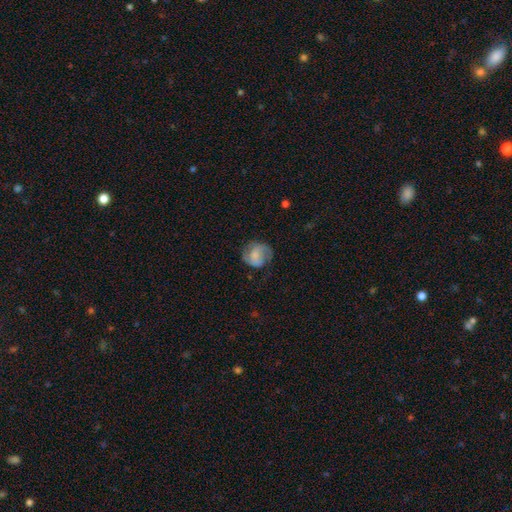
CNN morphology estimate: A featured or disk galaxy (49%).

Vote fractions:
- Smooth or featured? featured or disk: 49% / smooth: 43% / star or artifact: 7%
- Merging? none: 63% / minor disturbance: 23% / major disturbance: 13% / merger: 1%